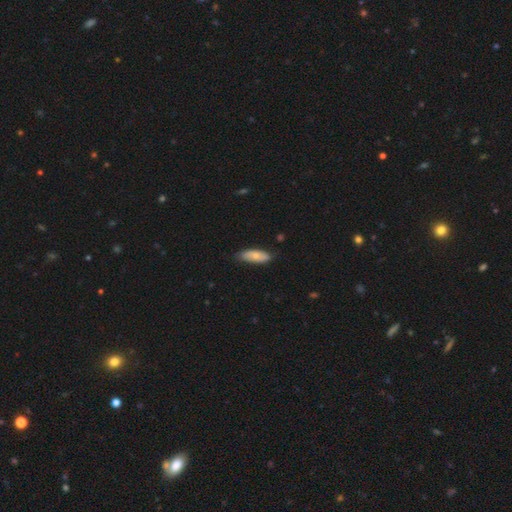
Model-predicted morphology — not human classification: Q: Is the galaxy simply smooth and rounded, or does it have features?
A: smooth — 69%.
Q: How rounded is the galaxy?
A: in between — 73%.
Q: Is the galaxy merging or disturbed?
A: none — 76%.